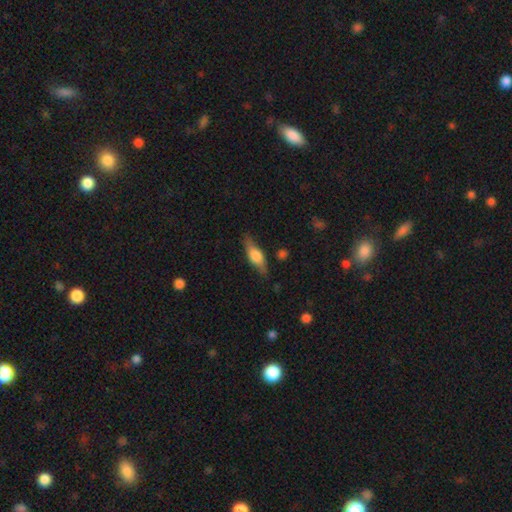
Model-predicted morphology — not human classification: type=smooth (58%); roundness=in between (56%); merging=none (78%).